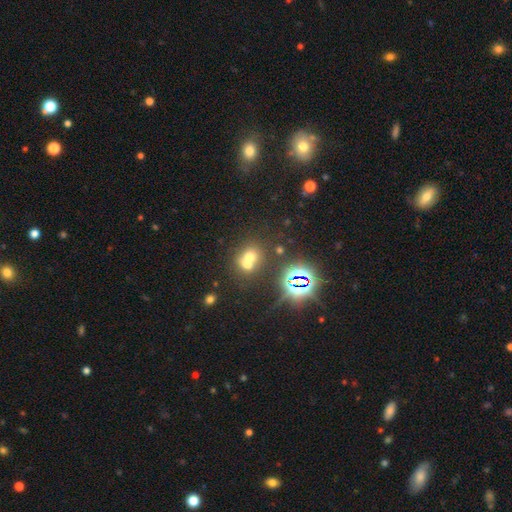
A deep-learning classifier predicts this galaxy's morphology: Overall: star or artifact (56%; smooth 37%).